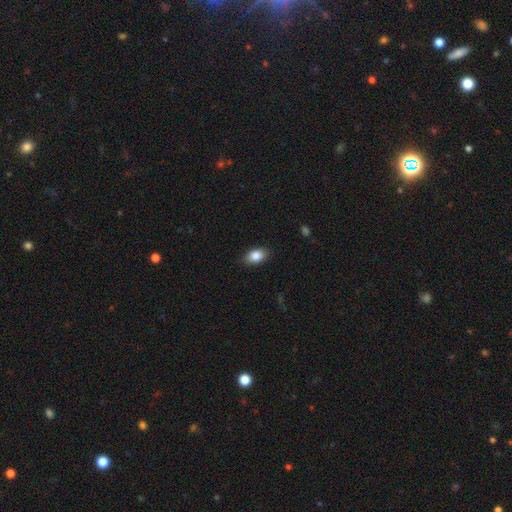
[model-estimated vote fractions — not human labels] A smooth galaxy with no disk features (85%) that is in between round and cigar-shaped (88%).

Vote fractions:
- Smooth or featured? smooth: 85% / star or artifact: 8% / featured or disk: 7%
- How rounded? in between: 88% / round: 10% / cigar-shaped: 2%
- Merging? none: 86% / minor disturbance: 11% / major disturbance: 2% / merger: 1%